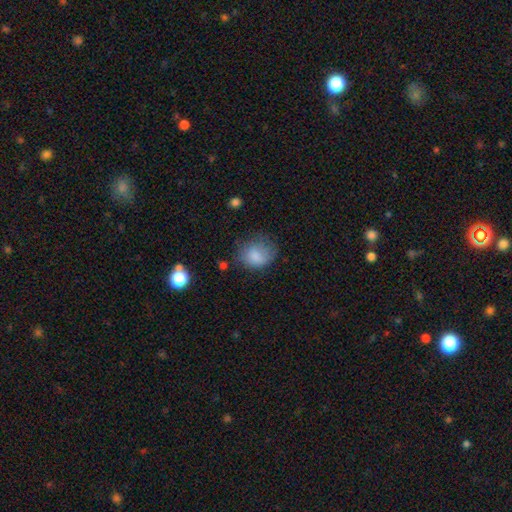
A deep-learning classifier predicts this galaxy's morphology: smooth 81%, featured or disk 10%, star or artifact 9%. Down the decision tree: how rounded — round (60%); merging — none (54%).